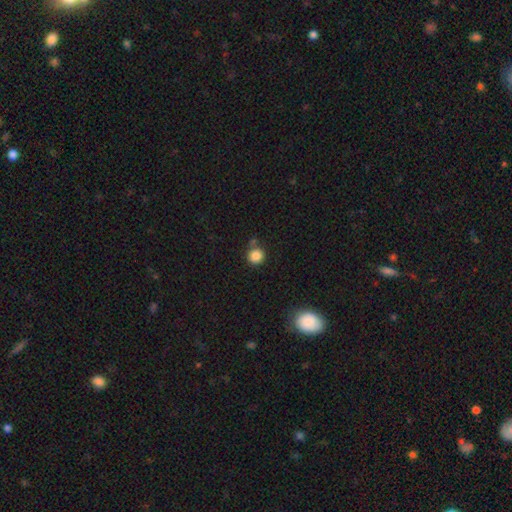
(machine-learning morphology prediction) type=smooth (85%); roundness=round (94%); merging=none (75%).